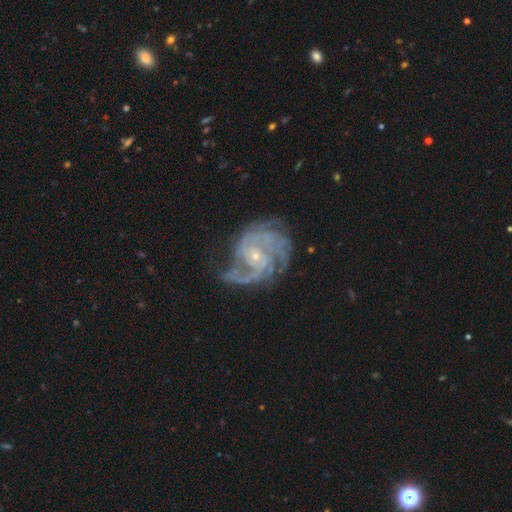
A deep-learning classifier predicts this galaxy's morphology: type=featured or disk (88%); edge-on=no (98%); bar=no (63%); spiral arms=yes (97%); winding=tight (48%); arm count=3 (26%); bulge=small (80%); merging=none (59%).